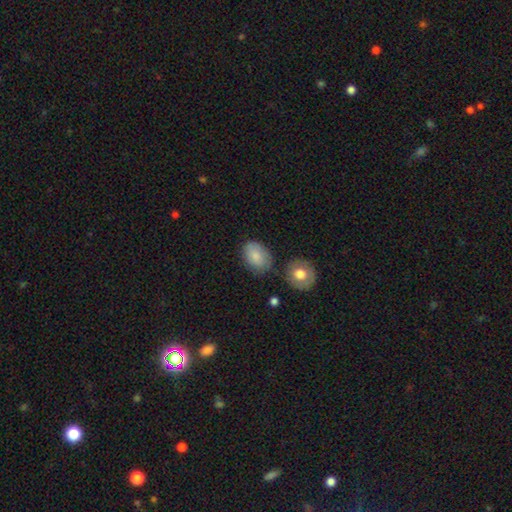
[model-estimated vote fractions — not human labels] smooth 83%, featured or disk 11%, star or artifact 7%. Down the decision tree: how rounded — in between (78%); merging — none (64%).